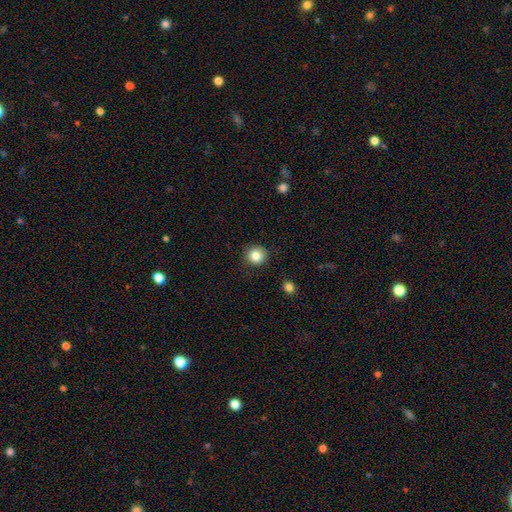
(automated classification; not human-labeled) A smooth galaxy with no disk features (84%) that is round (92%).

Vote fractions:
- Smooth or featured? smooth: 84% / star or artifact: 10% / featured or disk: 6%
- How rounded? round: 92% / in between: 7% / cigar-shaped: 1%
- Merging? none: 90% / minor disturbance: 7% / major disturbance: 2% / merger: 1%